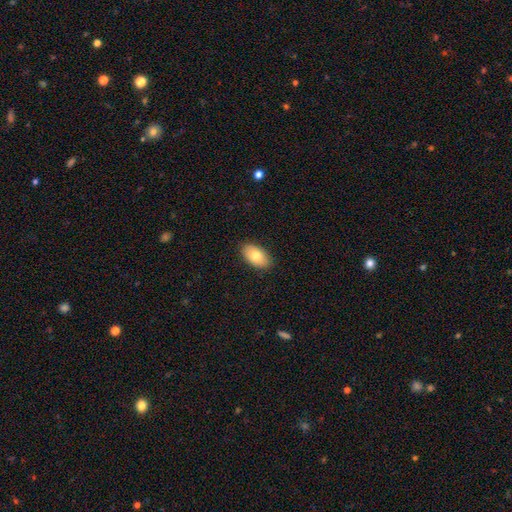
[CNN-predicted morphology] Smooth or featured?
  - smooth: 78% *
  - featured or disk: 15%
  - star or artifact: 7%
How rounded?
  - in between: 93% *
  - round: 5%
  - cigar-shaped: 2%
Merging?
  - none: 88% *
  - minor disturbance: 10%
  - major disturbance: 2%
  - merger: 1%